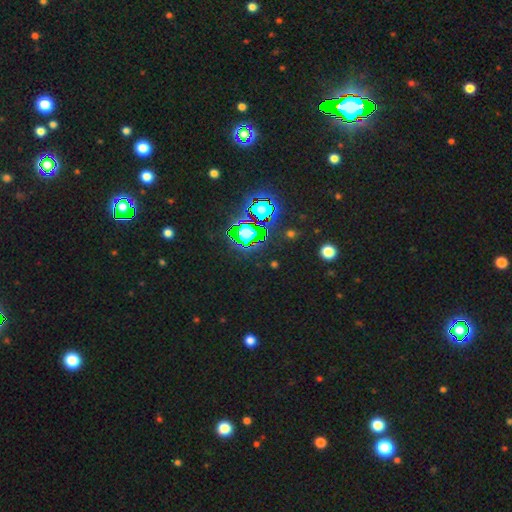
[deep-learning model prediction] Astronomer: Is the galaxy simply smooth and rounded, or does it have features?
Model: star or artifact — 82%.